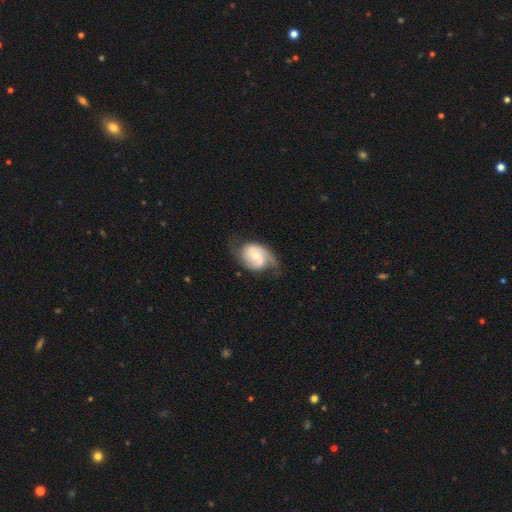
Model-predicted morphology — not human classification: smooth-or-featured: featured or disk: 74% | smooth: 20% | star or artifact: 6%
  disk-edge-on: no: 97% | yes: 3%
    bar: no: 54% | weak: 38% | strong: 8%
    has-spiral-arms: yes: 92% | no: 8%
      spiral-winding: medium: 43% | tight: 33% | loose: 24%
      spiral-arm-count: 2: 69% | 1: 17% | can't tell: 10% | 3: 2% | 4: 1% | more than 4: 1%
    bulge-size: moderate: 54% | small: 40% | large: 4% | none: 2% | dominant: 1%
  merging: none: 59% | minor disturbance: 25% | major disturbance: 14% | merger: 2%